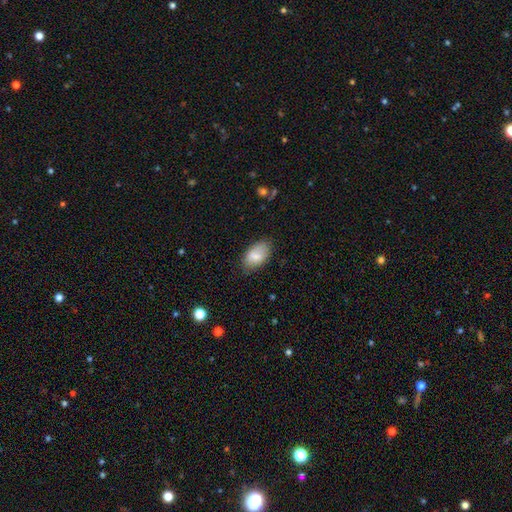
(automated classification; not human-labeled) A smooth galaxy with no disk features (77%) that is in between round and cigar-shaped (93%). Merging: none (74%).